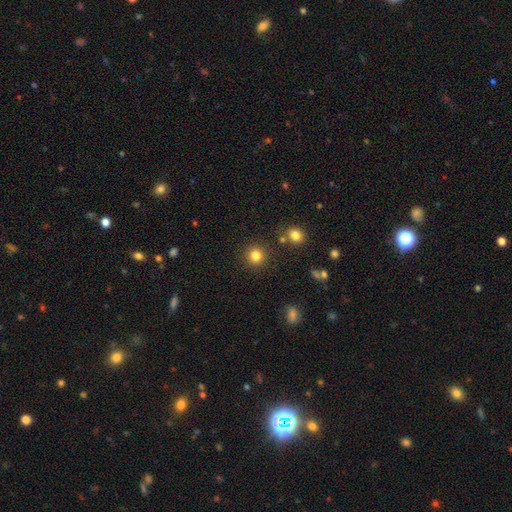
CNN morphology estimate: Q: Smooth or featured?
A: smooth (83%); runner-up: star or artifact (12%)
Q: How rounded?
A: round (92%); runner-up: in between (7%)
Q: Merging?
A: none (88%); runner-up: minor disturbance (6%)